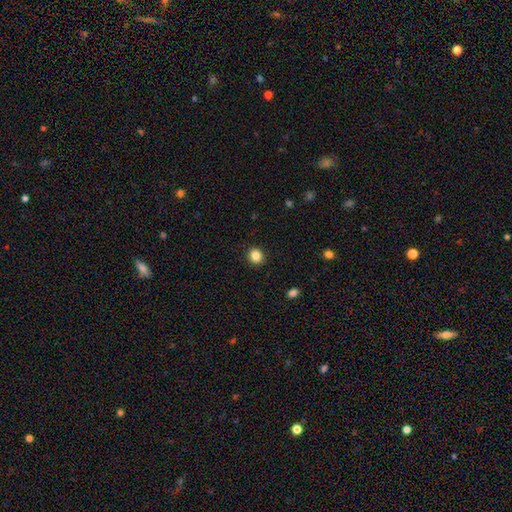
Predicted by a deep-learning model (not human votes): Morphology: type=smooth (85%); roundness=round (82%); merging=none (92%).